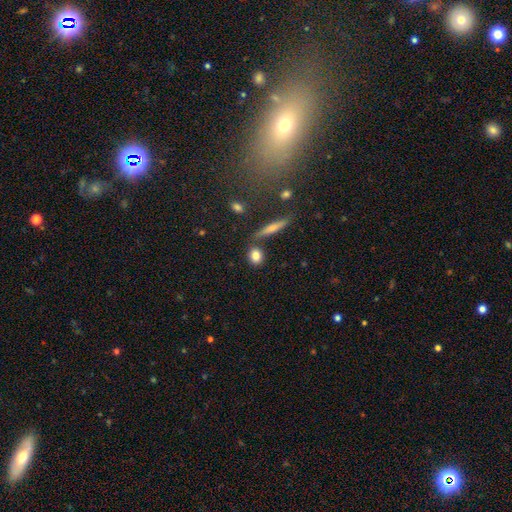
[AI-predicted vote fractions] smooth_or_featured: smooth (p=0.81) [alt: featured or disk p=0.09]
how_rounded: round (p=0.51) [alt: in between p=0.41]
merging: none (p=0.73) [alt: merger p=0.12]